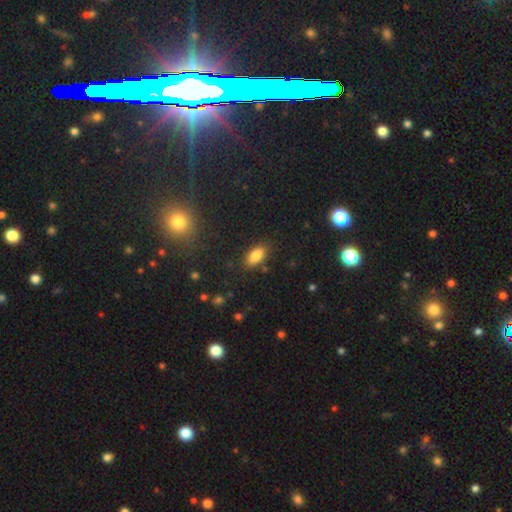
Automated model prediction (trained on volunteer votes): A smooth galaxy with no disk features (84%) that is in between round and cigar-shaped (90%).

Vote fractions:
- Smooth or featured? smooth: 84% / star or artifact: 9% / featured or disk: 7%
- How rounded? in between: 90% / cigar-shaped: 6% / round: 4%
- Merging? none: 84% / minor disturbance: 11% / major disturbance: 3% / merger: 2%